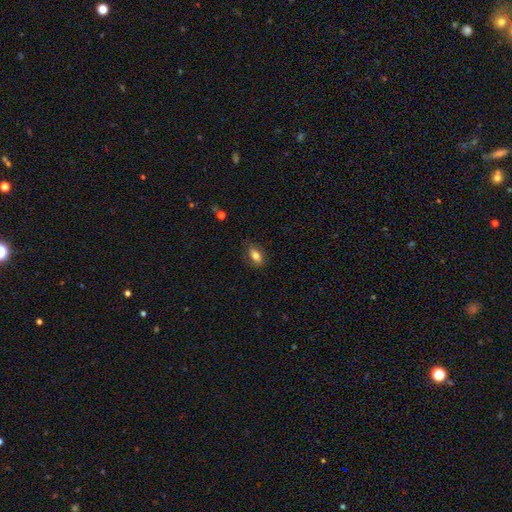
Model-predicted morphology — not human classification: The model was most divided on "smooth or featured": smooth: 79%, featured or disk: 13%, star or artifact: 8%. More confident: how rounded — in between (85%); merging — none (81%).